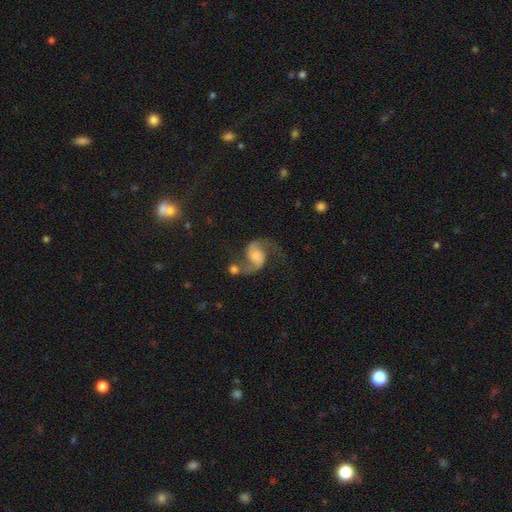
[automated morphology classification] Smooth or featured? Predicted: featured or disk (p=0.86). Edge-on disk? Predicted: no (p=0.98). Bar? Predicted: no (p=0.59). Spiral arms? Predicted: yes (p=0.97). Spiral winding? Predicted: loose (p=0.55). Spiral arm count? Predicted: 2 (p=0.93). Bulge size? Predicted: moderate (p=0.34). Merging? Predicted: none (p=0.58).